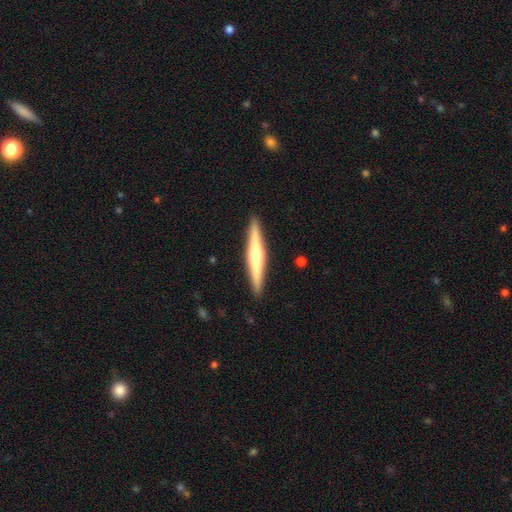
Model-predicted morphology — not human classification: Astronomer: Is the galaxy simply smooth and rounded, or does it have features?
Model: featured or disk — 60%.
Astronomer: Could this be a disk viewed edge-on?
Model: yes — 97%.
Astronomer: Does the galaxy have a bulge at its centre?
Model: rounded — 83%.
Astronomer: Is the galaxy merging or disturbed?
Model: none — 92%.